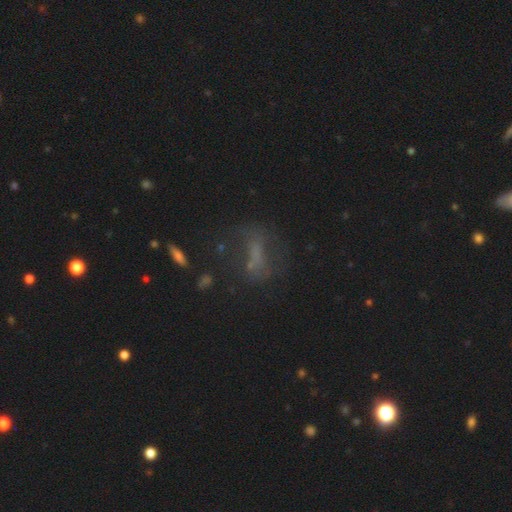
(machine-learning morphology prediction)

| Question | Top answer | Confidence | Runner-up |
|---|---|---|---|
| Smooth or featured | smooth | 38% | featured or disk (32%) |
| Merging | none | 51% | major disturbance (23%) |